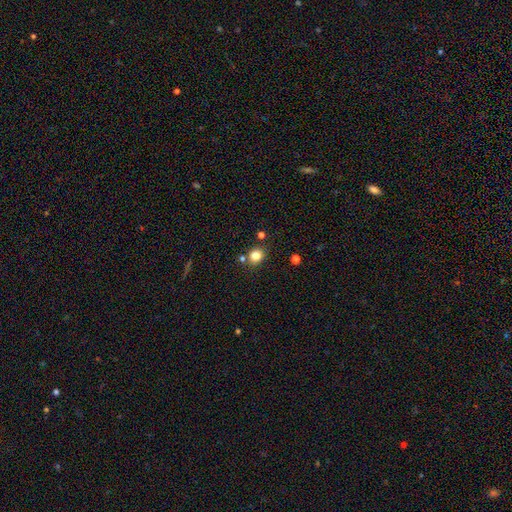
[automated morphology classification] Smooth or featured? Predicted: smooth (p=0.81). How rounded? Predicted: round (p=0.75). Merging? Predicted: none (p=0.79).